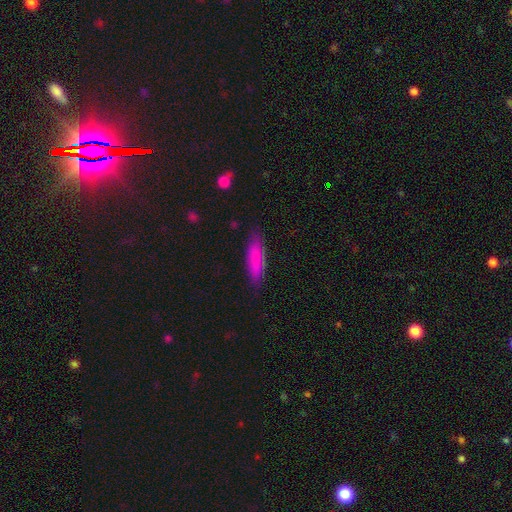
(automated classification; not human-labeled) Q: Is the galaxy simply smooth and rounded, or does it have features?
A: smooth — 75%.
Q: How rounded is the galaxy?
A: cigar-shaped — 58%.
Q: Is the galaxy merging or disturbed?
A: none — 81%.